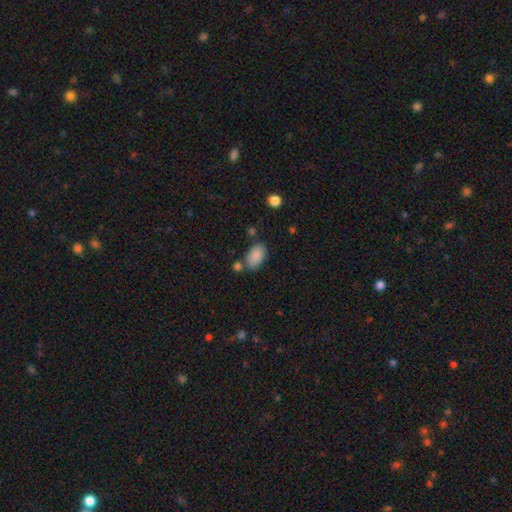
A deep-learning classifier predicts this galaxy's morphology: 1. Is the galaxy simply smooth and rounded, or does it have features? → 88% smooth, 7% star or artifact, 5% featured or disk.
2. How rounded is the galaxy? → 93% in between, 5% round, 2% cigar-shaped.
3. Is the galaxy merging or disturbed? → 70% none, 15% minor disturbance, 11% merger, 4% major disturbance.